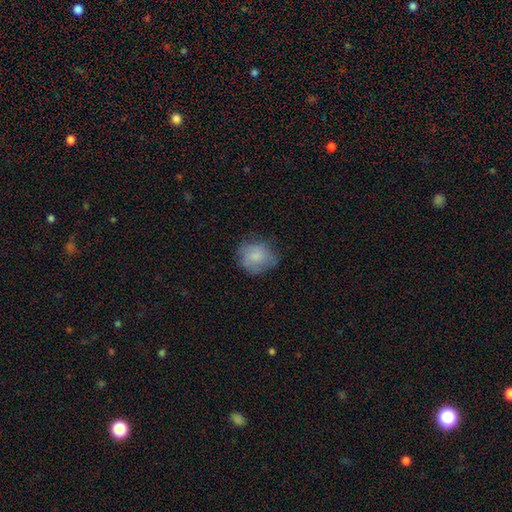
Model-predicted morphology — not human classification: This is likely a smooth galaxy (78%). How rounded: likely round (76%). Merging: likely none (66%).